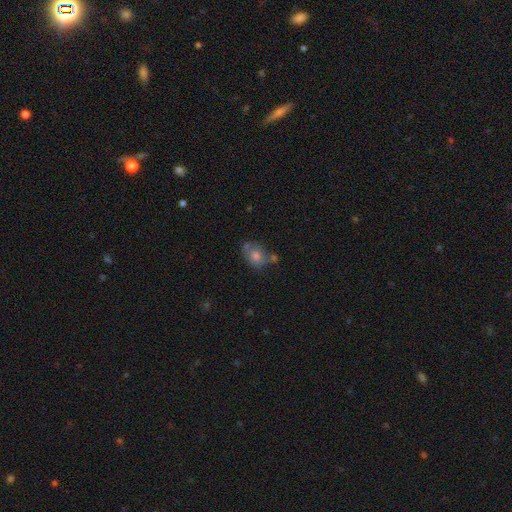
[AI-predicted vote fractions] Smooth or featured?
  - smooth: 64% *
  - featured or disk: 23%
  - star or artifact: 13%
How rounded?
  - in between: 60% *
  - round: 39%
  - cigar-shaped: 1%
Merging?
  - none: 56% *
  - minor disturbance: 23%
  - merger: 14%
  - major disturbance: 7%